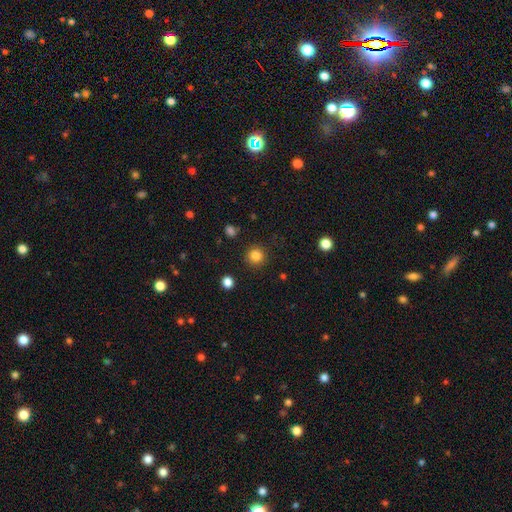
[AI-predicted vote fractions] Q: Smooth or featured?
A: smooth (84%); runner-up: star or artifact (12%)
Q: How rounded?
A: round (95%); runner-up: in between (4%)
Q: Merging?
A: none (91%); runner-up: minor disturbance (5%)